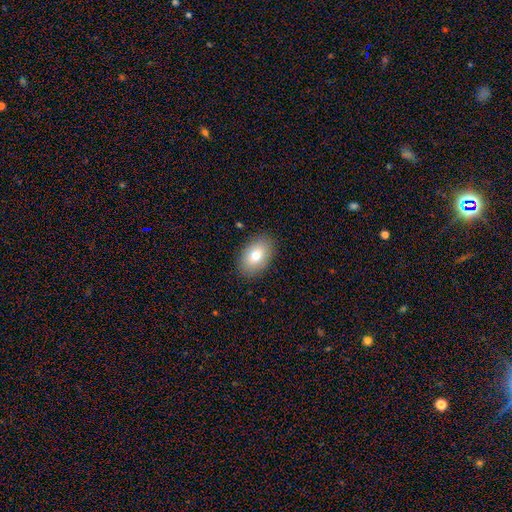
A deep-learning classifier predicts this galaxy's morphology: smooth 75%, featured or disk 16%, star or artifact 8%. Down the decision tree: how rounded — in between (87%); merging — none (87%).